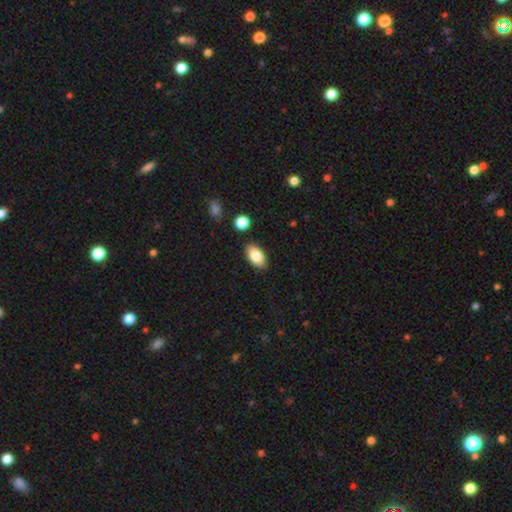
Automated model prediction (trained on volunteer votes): smooth_or_featured: smooth (p=0.84) [alt: featured or disk p=0.09]
how_rounded: in between (p=0.93) [alt: round p=0.05]
merging: none (p=0.87) [alt: minor disturbance p=0.09]